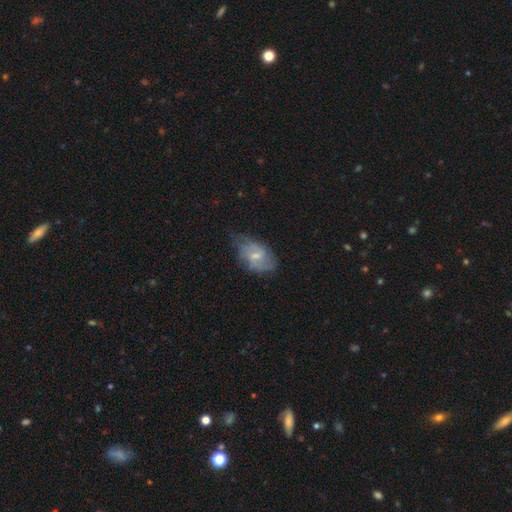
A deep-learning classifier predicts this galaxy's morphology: Smooth or featured? Predicted: featured or disk (p=0.51). Edge-on disk? Predicted: no (p=0.95). Merging? Predicted: none (p=0.47).